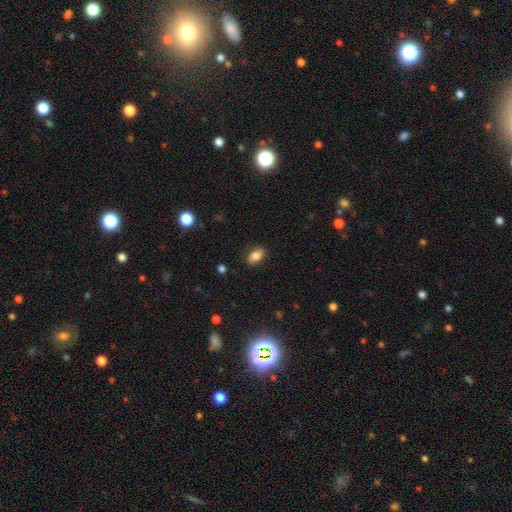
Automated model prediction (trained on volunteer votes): Morphology: type=smooth (83%); roundness=in between (86%); merging=none (85%).